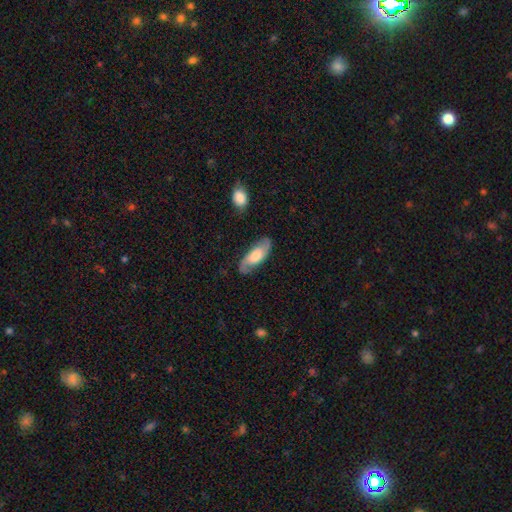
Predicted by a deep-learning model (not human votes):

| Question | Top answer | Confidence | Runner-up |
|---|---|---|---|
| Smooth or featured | featured or disk | 61% | smooth (33%) |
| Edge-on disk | no | 88% | yes (12%) |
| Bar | no | 58% | weak (33%) |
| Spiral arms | yes | 90% | no (10%) |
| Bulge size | large | 42% | moderate (32%) |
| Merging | none | 78% | minor disturbance (15%) |